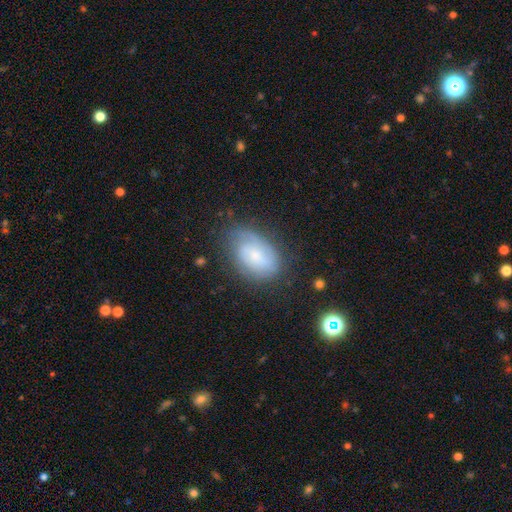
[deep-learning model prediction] A featured or disk galaxy (58%) with no bar (61%), spiral arms (86%) and a small central bulge (57%). Merging: none (66%).